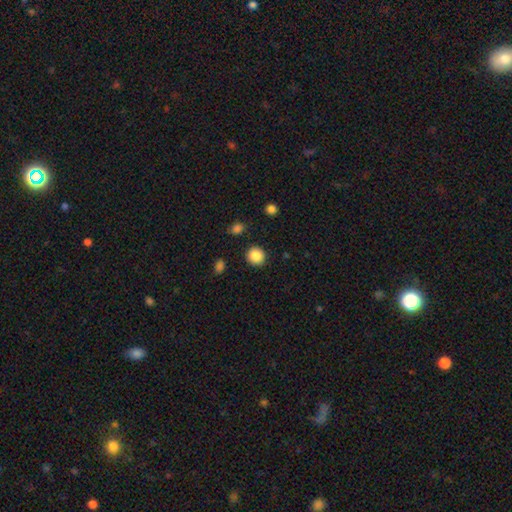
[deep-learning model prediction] smooth 88%, star or artifact 9%, featured or disk 3%. Down the decision tree: how rounded — round (90%); merging — none (90%).